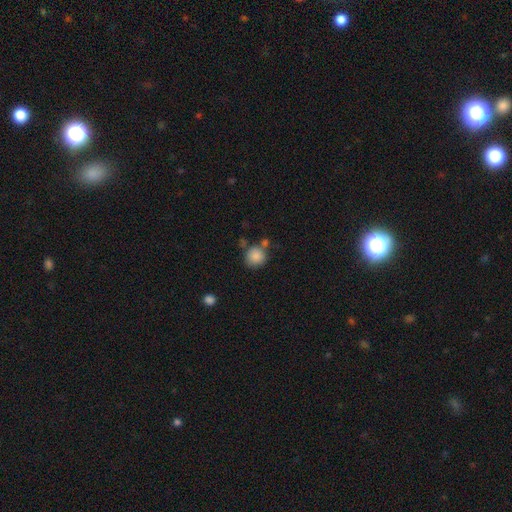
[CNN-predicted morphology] This is clearly a smooth galaxy (85%). How rounded: clearly round (88%). Merging: likely none (65%).